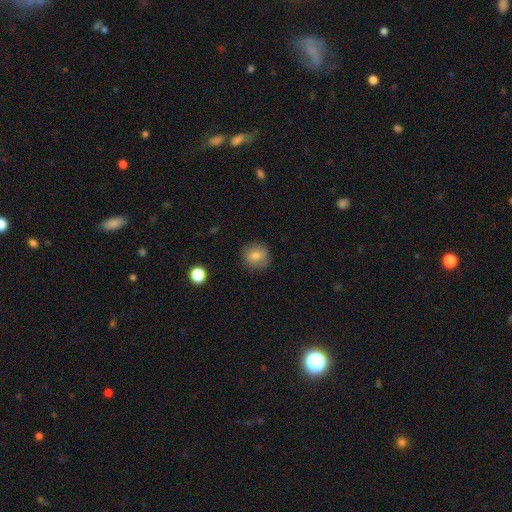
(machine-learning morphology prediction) Overall: smooth (77%). How rounded: round (89%). Merging: none (83%).